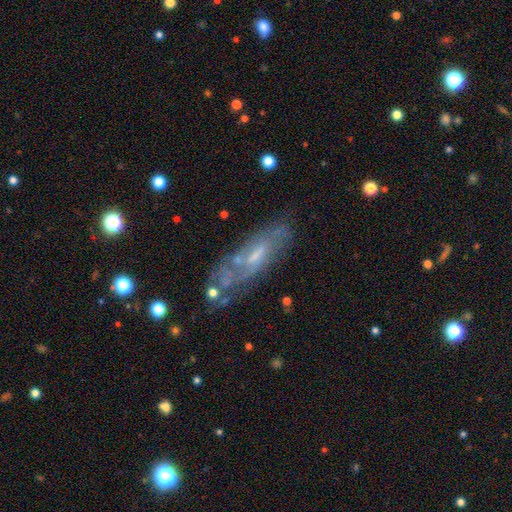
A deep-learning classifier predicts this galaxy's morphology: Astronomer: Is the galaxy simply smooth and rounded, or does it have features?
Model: featured or disk — 66%.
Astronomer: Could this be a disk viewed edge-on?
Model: no — 76%.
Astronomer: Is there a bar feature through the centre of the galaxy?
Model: weak — 46% (runner-up: no, 41%).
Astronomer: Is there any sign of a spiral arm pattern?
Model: yes — 67%.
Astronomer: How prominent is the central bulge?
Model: small — 45% (runner-up: moderate, 36%).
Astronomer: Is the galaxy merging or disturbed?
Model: none — 59%.